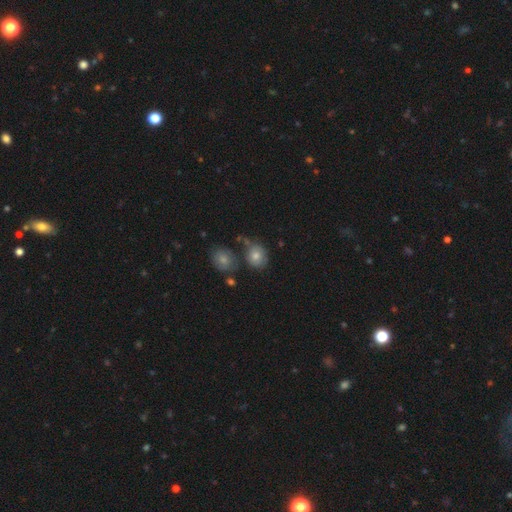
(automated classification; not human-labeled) This appears to be a smooth galaxy with no disk features (78%) that is round (72%). Merging: none (62%).